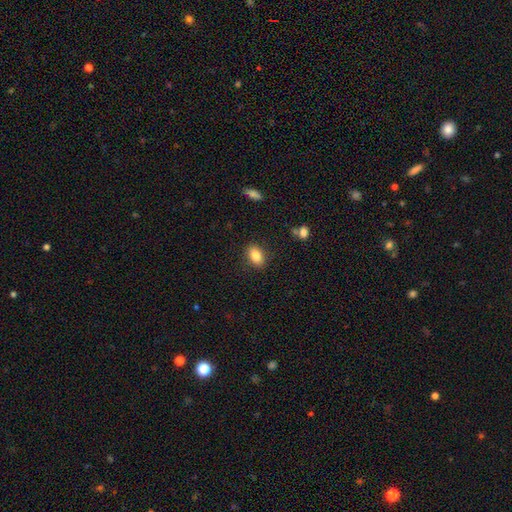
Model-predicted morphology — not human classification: Smooth or featured: smooth — 83% (featured or disk — 8%)
How rounded: in between — 85% (round — 13%)
Merging: none — 87% (minor disturbance — 10%)